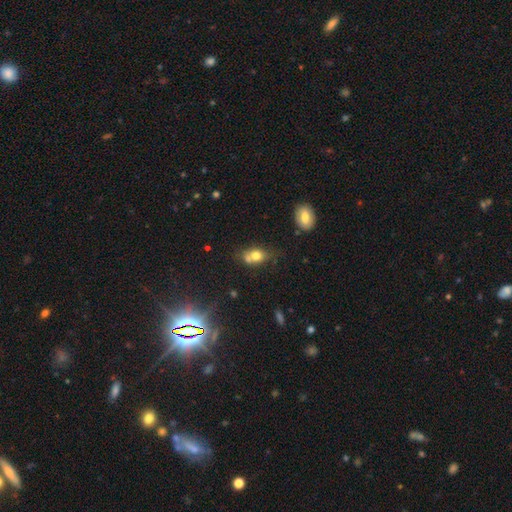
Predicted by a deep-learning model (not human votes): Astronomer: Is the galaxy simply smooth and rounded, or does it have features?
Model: smooth — 73%.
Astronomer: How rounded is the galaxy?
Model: in between — 63%.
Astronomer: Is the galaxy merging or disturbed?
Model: none — 39% (runner-up: merger, 38%).